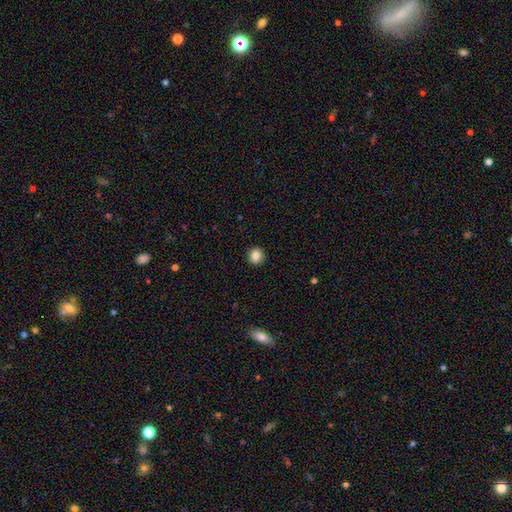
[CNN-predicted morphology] type=smooth (84%); roundness=round (85%); merging=none (90%).